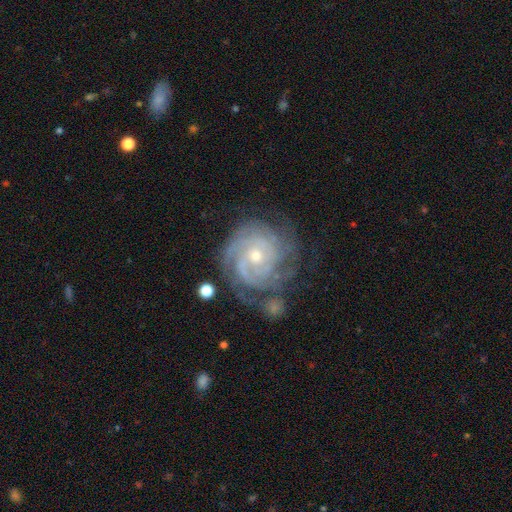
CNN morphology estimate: smooth-or-featured: featured or disk: 87% | smooth: 7% | star or artifact: 6%
  disk-edge-on: no: 98% | yes: 2%
    bar: no: 75% | weak: 21% | strong: 5%
    has-spiral-arms: yes: 97% | no: 3%
      spiral-winding: tight: 78% | medium: 18% | loose: 3%
      spiral-arm-count: can't tell: 29% | 3: 24% | 4: 18% | 2: 15% | more than 4: 7% | 1: 6%
    bulge-size: small: 57% | moderate: 40% | large: 1% | none: 1% | dominant: 1%
  merging: none: 61% | minor disturbance: 20% | major disturbance: 11% | merger: 8%